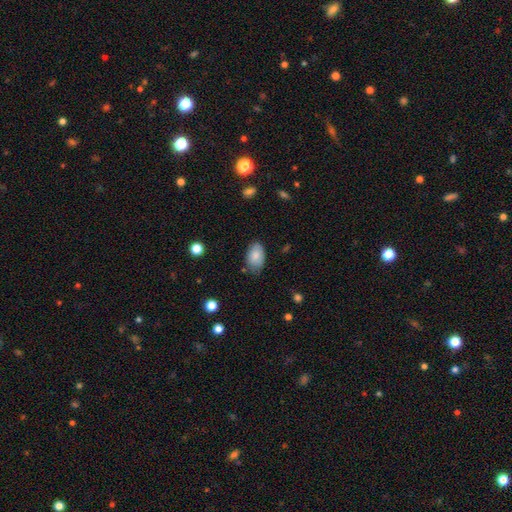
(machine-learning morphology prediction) Smooth or featured? Predicted: smooth (p=0.80). How rounded? Predicted: in between (p=0.91). Merging? Predicted: none (p=0.69).